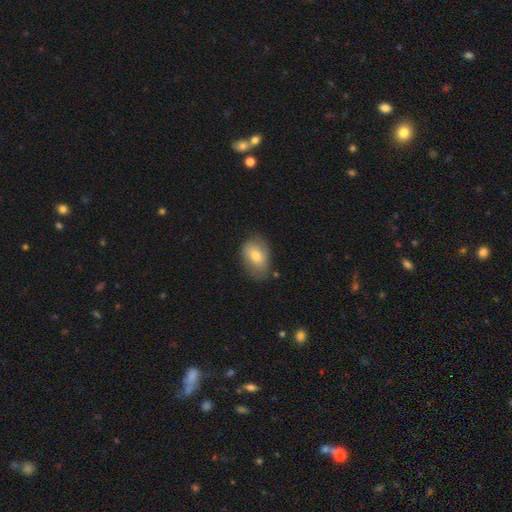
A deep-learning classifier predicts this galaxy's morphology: This is likely a smooth galaxy (70%). How rounded: clearly in between (81%). Merging: likely none (67%).